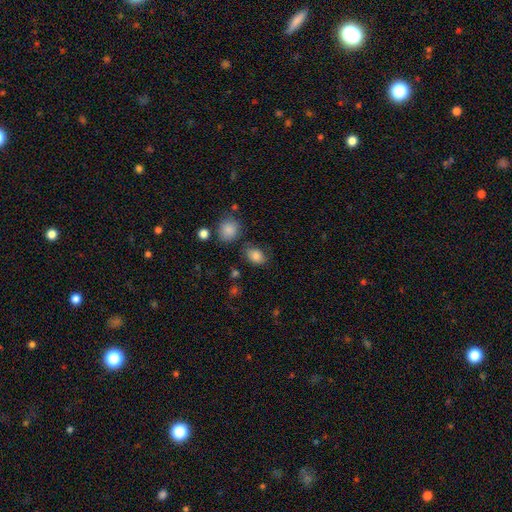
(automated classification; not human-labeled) The model was most divided on "how rounded": in between: 67%, round: 32%, cigar-shaped: 1%. More confident: smooth or featured — smooth (82%); merging — none (72%).